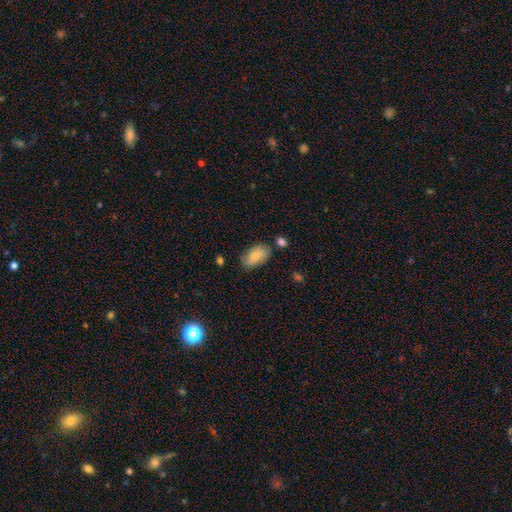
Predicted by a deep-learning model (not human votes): Smooth or featured?
  - smooth: 82% *
  - featured or disk: 11%
  - star or artifact: 7%
How rounded?
  - in between: 93% *
  - round: 4%
  - cigar-shaped: 3%
Merging?
  - none: 70% *
  - minor disturbance: 21%
  - major disturbance: 5%
  - merger: 5%